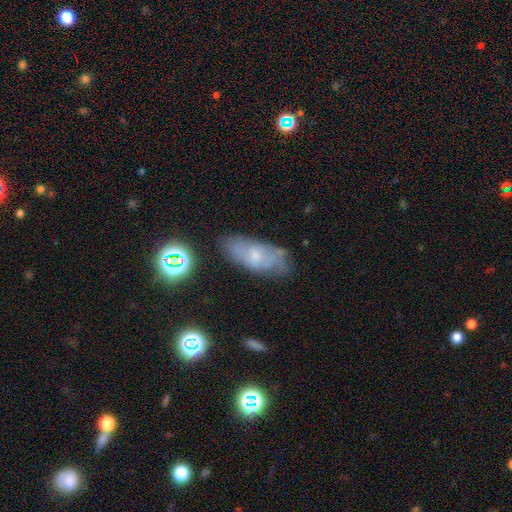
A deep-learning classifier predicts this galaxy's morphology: Smooth or featured? Predicted: smooth (p=0.44). Merging? Predicted: none (p=0.67).